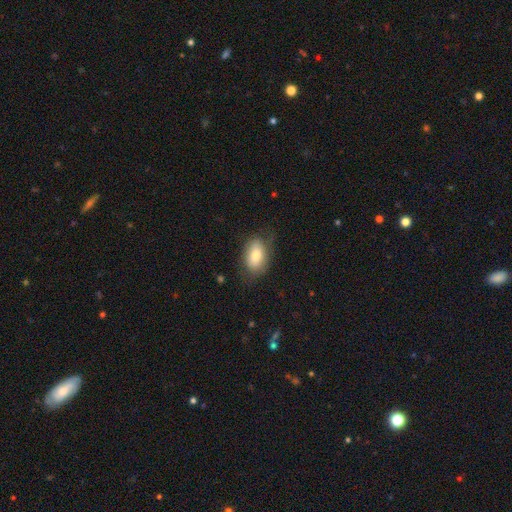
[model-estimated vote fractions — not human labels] Overall: smooth (73%). How rounded: in between (88%). Merging: none (69%).